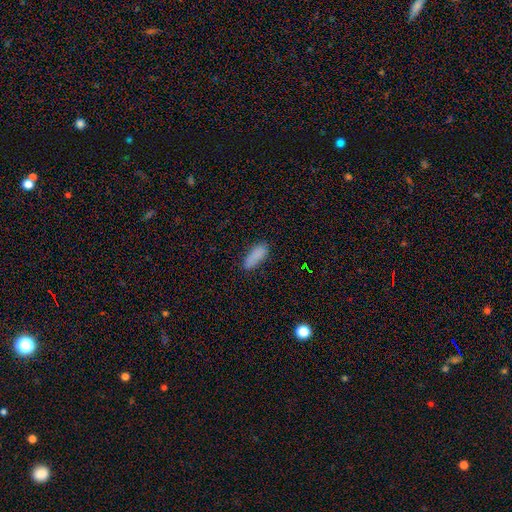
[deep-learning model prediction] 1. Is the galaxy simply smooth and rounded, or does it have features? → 86% smooth, 9% star or artifact, 6% featured or disk.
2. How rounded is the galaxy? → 76% in between, 22% cigar-shaped, 2% round.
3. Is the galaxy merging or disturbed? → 77% none, 17% minor disturbance, 4% major disturbance, 2% merger.